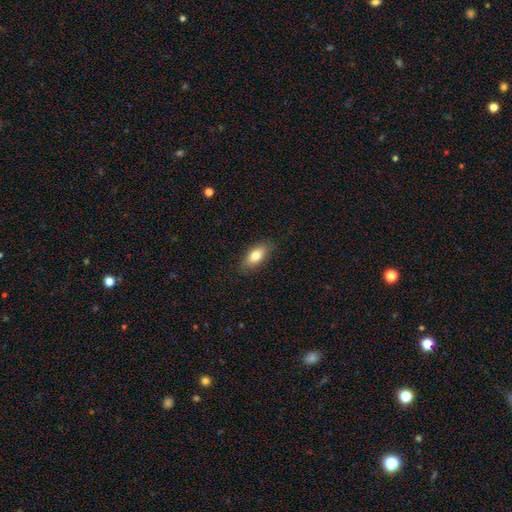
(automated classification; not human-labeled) Morphology: type=smooth (78%); roundness=in between (83%); merging=none (84%).